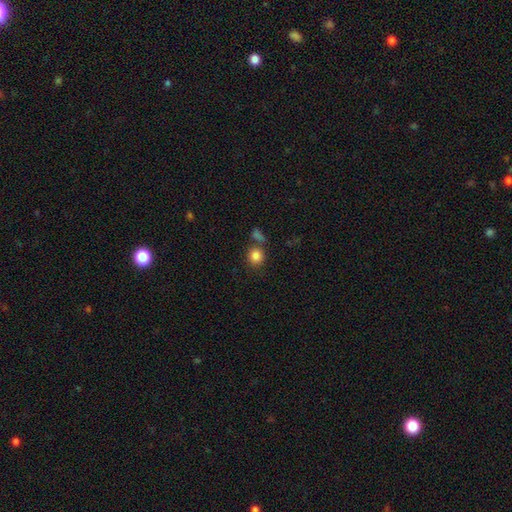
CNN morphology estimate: Overall: smooth (84%). How rounded: round (86%). Merging: none (68%).